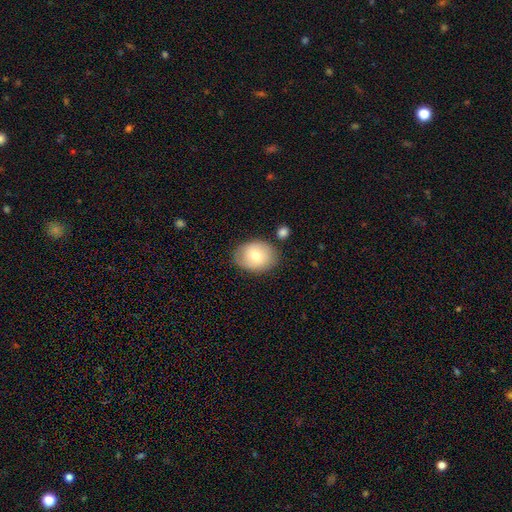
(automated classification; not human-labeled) Q: Smooth or featured?
A: smooth (74%); runner-up: featured or disk (19%)
Q: How rounded?
A: in between (62%); runner-up: round (37%)
Q: Merging?
A: none (77%); runner-up: minor disturbance (15%)